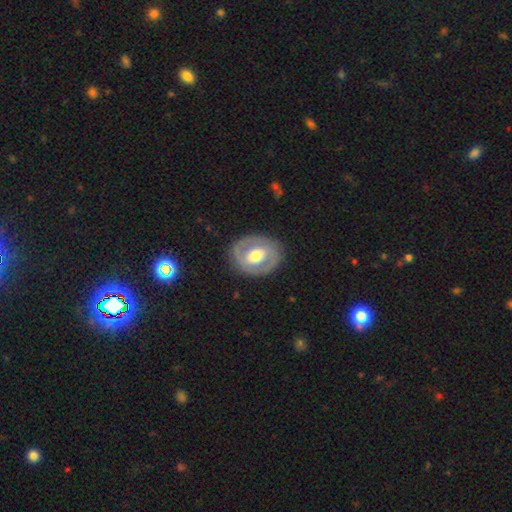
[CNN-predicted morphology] This is likely a featured or disk galaxy (62%). It is clearly not viewed edge-on (95%). Bar: possibly no (47%). Spiral arm pattern: likely no (61%). Central bulge: likely moderate (63%). Merging: clearly none (82%).